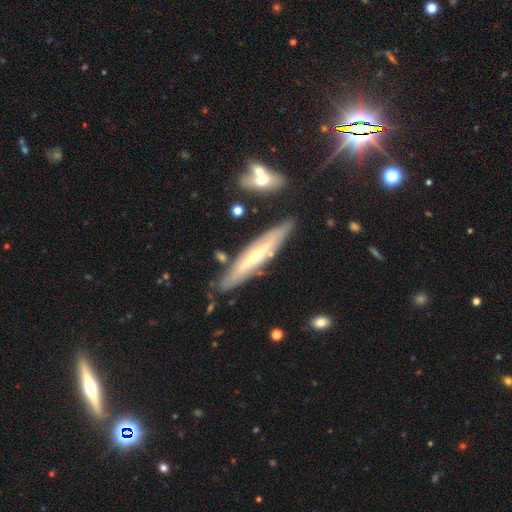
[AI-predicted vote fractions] Smooth or featured: featured or disk — 71% (smooth — 23%)
Edge-on disk: yes — 73% (no — 27%)
Edge-on bulge: rounded — 74% (none — 22%)
Merging: none — 79% (minor disturbance — 14%)